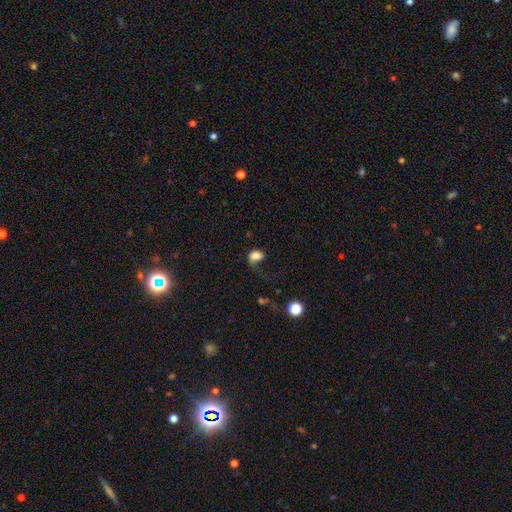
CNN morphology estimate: Smooth or featured? smooth (73%)
How rounded? in between (70%)
Merging? major disturbance (43%)